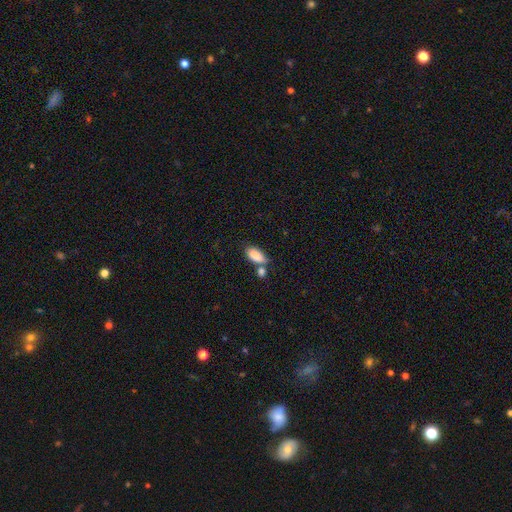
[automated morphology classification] A smooth galaxy with no disk features (87%) that is in between round and cigar-shaped (90%).

Vote fractions:
- Smooth or featured? smooth: 87% / star or artifact: 7% / featured or disk: 6%
- How rounded? in between: 90% / cigar-shaped: 7% / round: 3%
- Merging? none: 50% / merger: 31% / minor disturbance: 15% / major disturbance: 5%